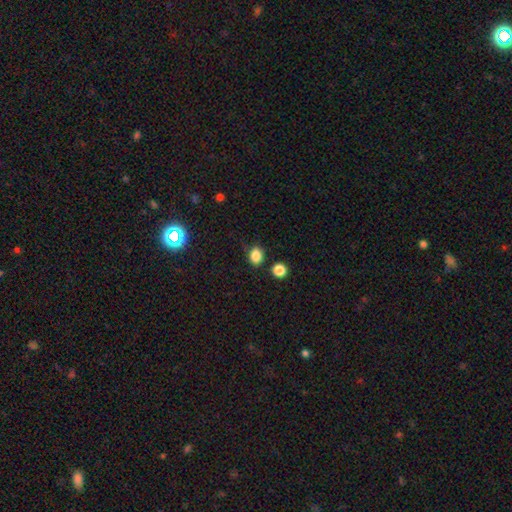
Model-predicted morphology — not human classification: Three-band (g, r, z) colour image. It shows a smooth galaxy with no disk features (84%) that is in between round and cigar-shaped (52%). Merging: none (75%).